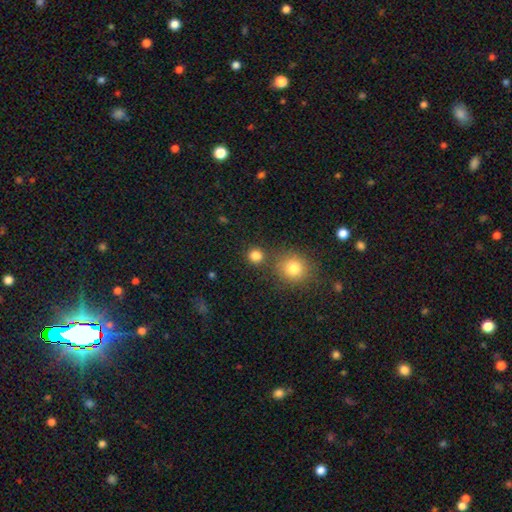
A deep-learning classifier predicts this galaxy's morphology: Overall: smooth (82%). How rounded: round (92%). Merging: none (80%).